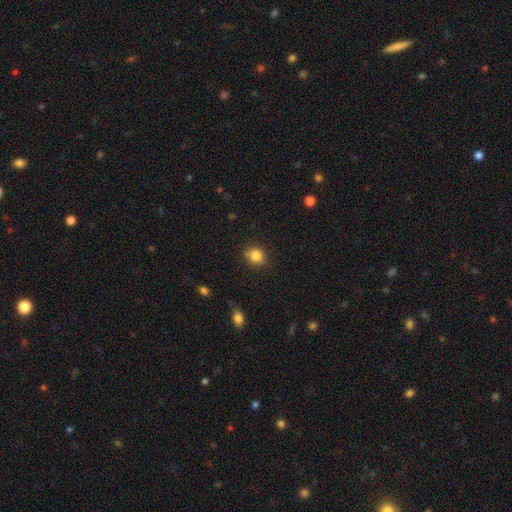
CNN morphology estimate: The model was most divided on "how rounded": round: 76%, in between: 23%, cigar-shaped: 1%. More confident: smooth or featured — smooth (84%); merging — none (83%).